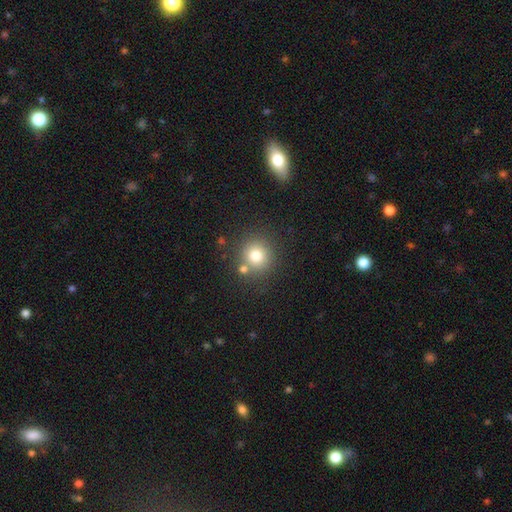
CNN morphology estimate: A smooth galaxy with no disk features (77%) that is round (91%). Merging: none (76%).